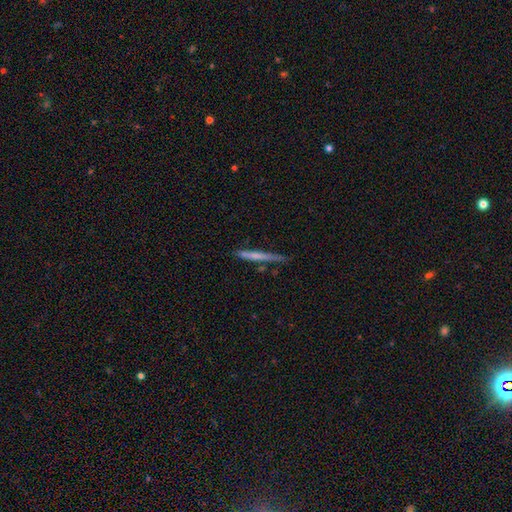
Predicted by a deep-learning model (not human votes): smooth 56%, featured or disk 37%, star or artifact 6%. Down the decision tree: how rounded — cigar-shaped (96%); merging — none (78%).